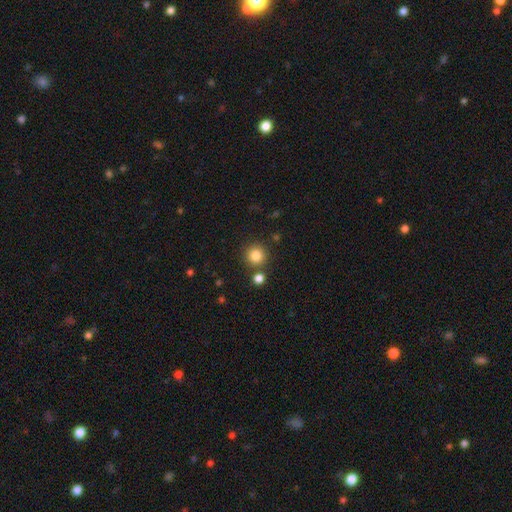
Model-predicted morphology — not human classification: Smooth or featured: smooth — 84% (star or artifact — 11%)
How rounded: round — 94% (in between — 5%)
Merging: none — 82% (merger — 8%)